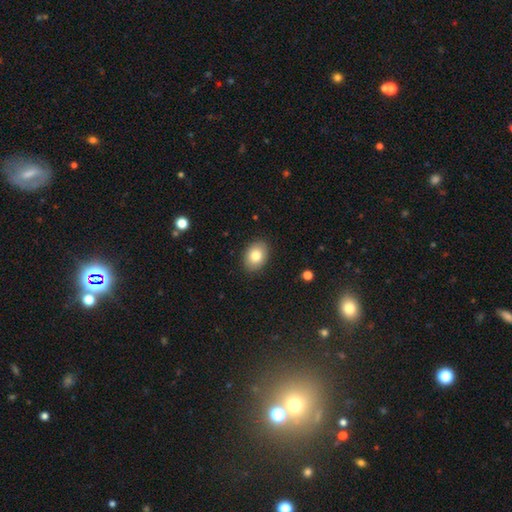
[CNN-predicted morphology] This appears to be a smooth galaxy with no disk features (82%) that is in between round and cigar-shaped (73%). Merging: none (88%).